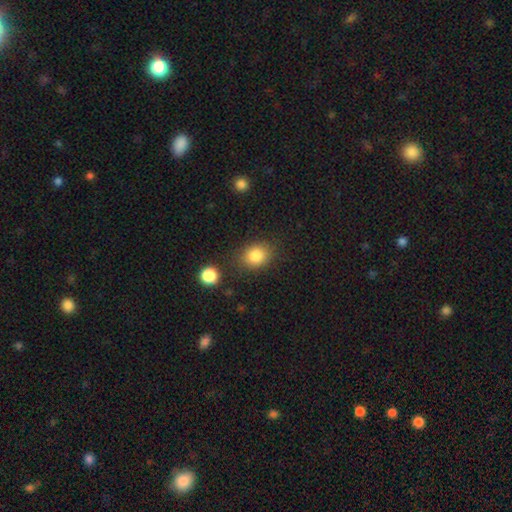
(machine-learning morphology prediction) type=smooth (84%); roundness=round (53%); merging=none (78%).